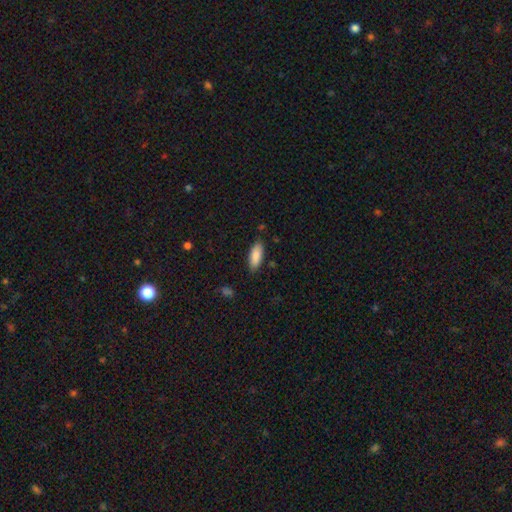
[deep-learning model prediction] A smooth galaxy with no disk features (87%) that is in between round and cigar-shaped (76%).

Vote fractions:
- Smooth or featured? smooth: 87% / featured or disk: 7% / star or artifact: 6%
- How rounded? in between: 76% / cigar-shaped: 22% / round: 1%
- Merging? none: 84% / minor disturbance: 12% / major disturbance: 3% / merger: 2%